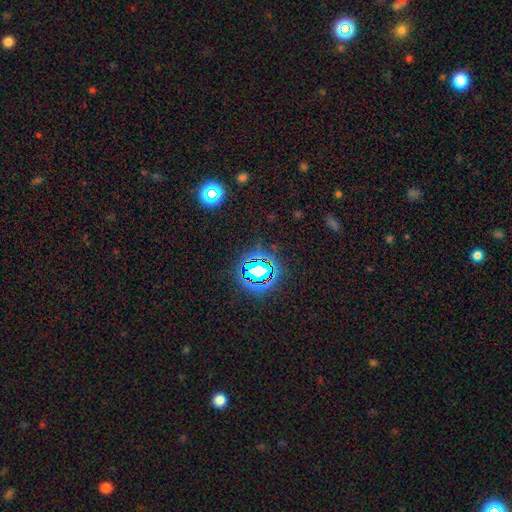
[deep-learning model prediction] Q: Smooth or featured?
A: star or artifact (79%); runner-up: smooth (14%)